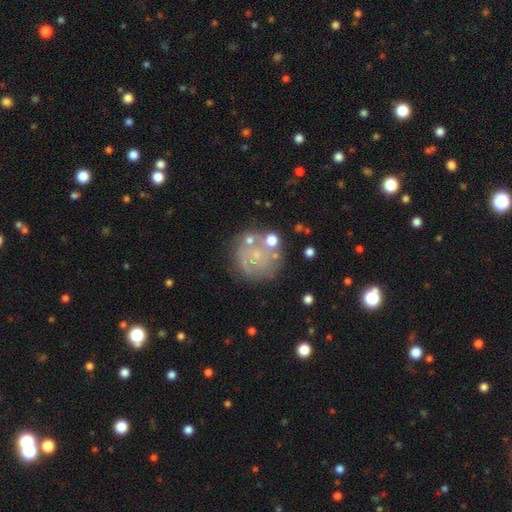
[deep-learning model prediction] Smooth or featured?
  - featured or disk: 56% *
  - smooth: 31%
  - star or artifact: 12%
Edge-on disk?
  - no: 98% *
  - yes: 2%
Bar?
  - no: 85% *
  - weak: 12%
  - strong: 3%
Spiral arms?
  - yes: 59% *
  - no: 41%
Bulge size?
  - small: 67% *
  - none: 17%
  - moderate: 14%
  - large: 1%
  - dominant: 1%
Merging?
  - none: 64% *
  - minor disturbance: 17%
  - major disturbance: 11%
  - merger: 8%